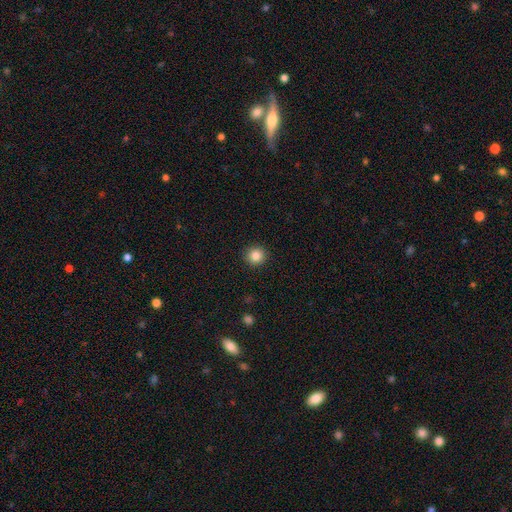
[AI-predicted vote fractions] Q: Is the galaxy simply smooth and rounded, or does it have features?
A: smooth — 85%.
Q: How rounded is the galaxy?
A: round — 93%.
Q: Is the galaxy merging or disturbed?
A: none — 92%.